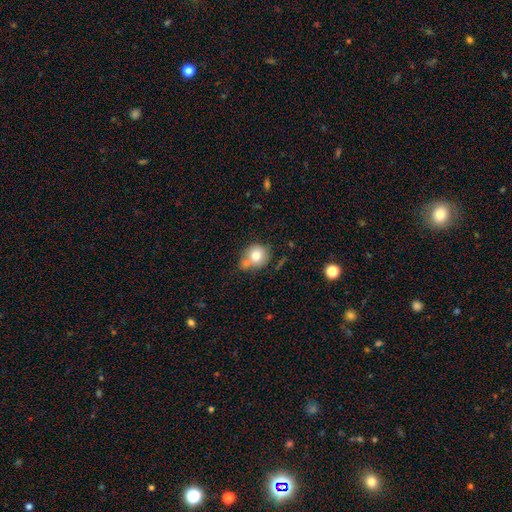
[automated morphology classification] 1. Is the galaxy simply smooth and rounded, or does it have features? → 75% smooth, 15% featured or disk, 10% star or artifact.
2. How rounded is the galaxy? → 82% round, 17% in between, 1% cigar-shaped.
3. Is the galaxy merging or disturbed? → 49% none, 25% merger, 19% minor disturbance, 6% major disturbance.